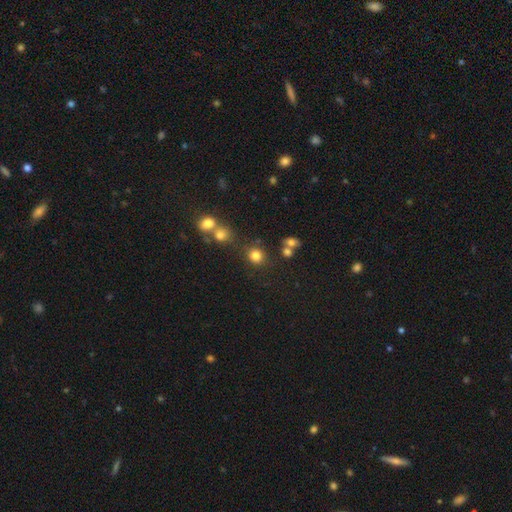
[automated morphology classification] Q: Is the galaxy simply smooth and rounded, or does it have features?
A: smooth — 80%.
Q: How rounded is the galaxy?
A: round — 86%.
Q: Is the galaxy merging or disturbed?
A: none — 75%.